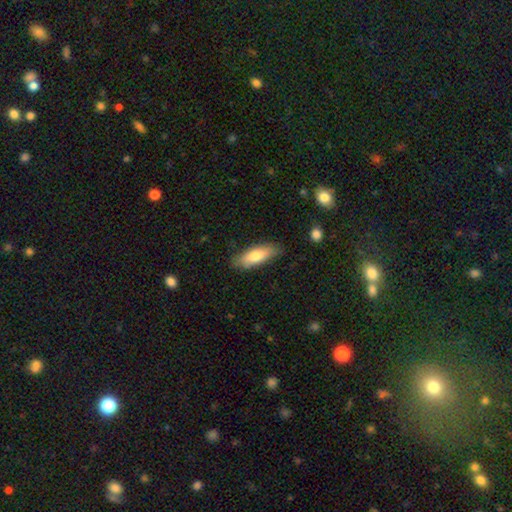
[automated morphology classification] Smooth or featured? smooth (74%)
How rounded? in between (59%)
Merging? none (82%)